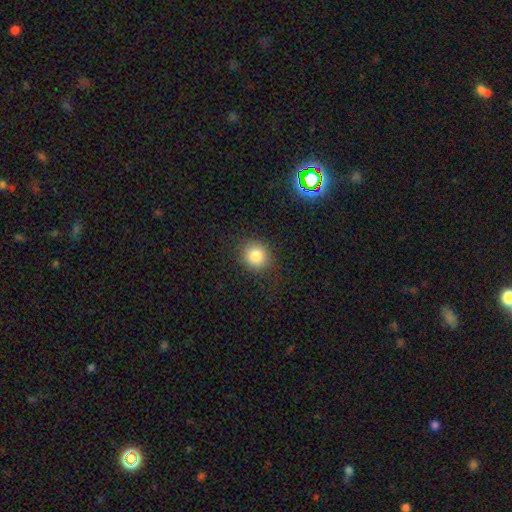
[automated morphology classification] This appears to be a smooth galaxy with no disk features (83%) that is round (86%). Merging: none (88%).